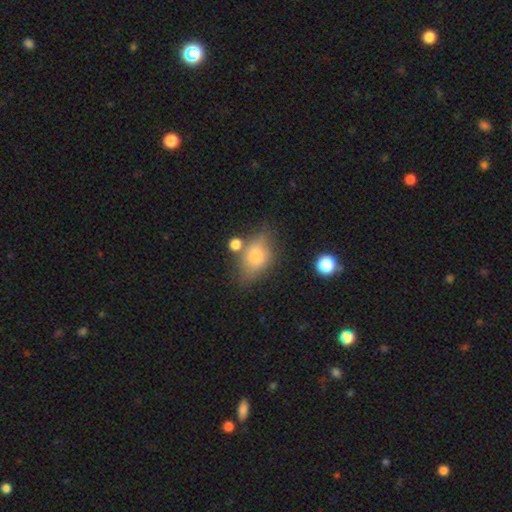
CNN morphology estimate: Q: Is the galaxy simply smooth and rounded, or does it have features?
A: smooth — 67%.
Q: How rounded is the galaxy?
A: in between — 76%.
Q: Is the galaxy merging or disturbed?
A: none — 58%.